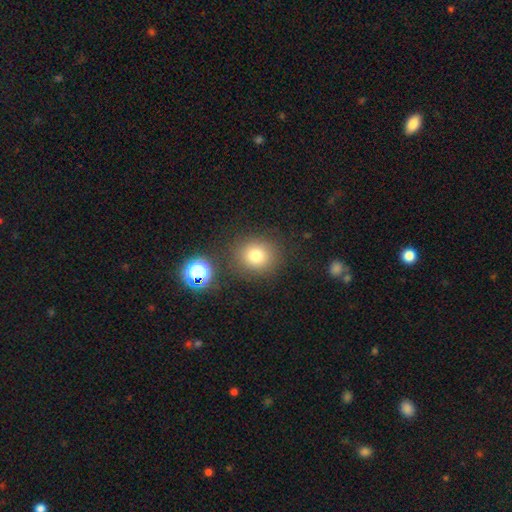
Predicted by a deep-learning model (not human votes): This appears to be a smooth galaxy with no disk features (77%) that is round (85%). Merging: none (83%).